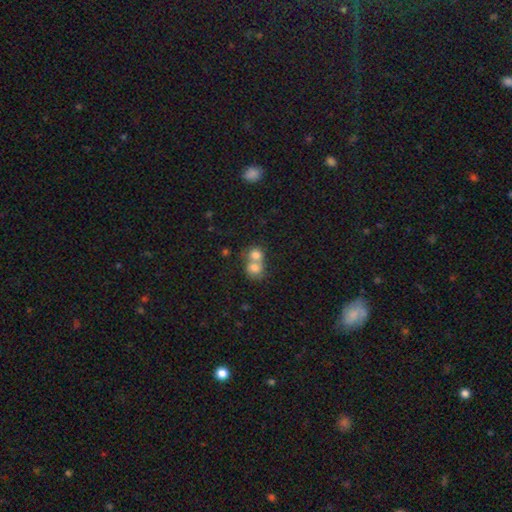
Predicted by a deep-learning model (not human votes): Smooth or featured?
  - smooth: 76% *
  - featured or disk: 14%
  - star or artifact: 10%
How rounded?
  - round: 71% *
  - in between: 28%
  - cigar-shaped: 1%
Merging?
  - merger: 71% *
  - none: 22%
  - minor disturbance: 5%
  - major disturbance: 3%